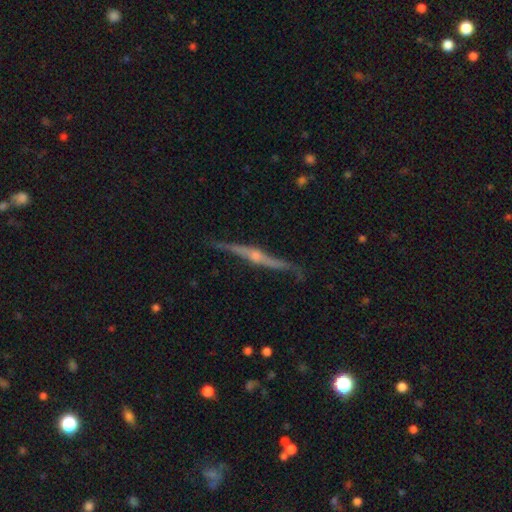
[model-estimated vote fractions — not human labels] This is clearly a featured or disk galaxy (84%). It is clearly viewed edge-on (96%). Edge-on bulge: clearly rounded (87%). Merging: likely none (80%).